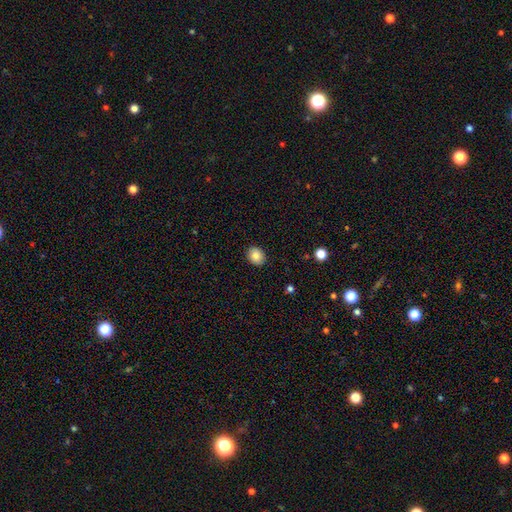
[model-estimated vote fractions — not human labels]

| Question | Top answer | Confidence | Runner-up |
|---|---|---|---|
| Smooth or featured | smooth | 83% | star or artifact (9%) |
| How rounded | round | 52% | in between (48%) |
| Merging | none | 90% | minor disturbance (7%) |